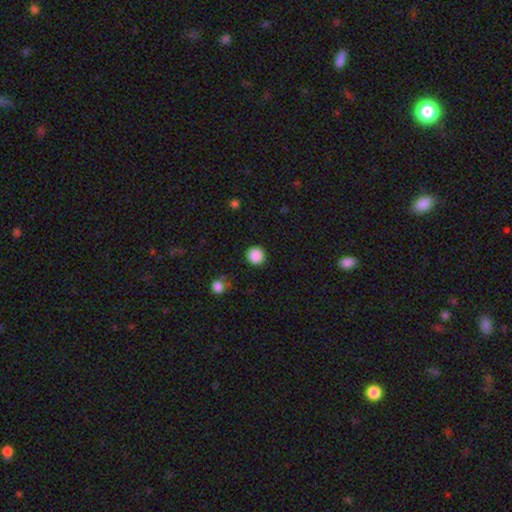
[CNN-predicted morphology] smooth-or-featured: smooth: 88% | star or artifact: 10% | featured or disk: 2%
  how-rounded: round: 94% | in between: 5% | cigar-shaped: 1%
  merging: none: 91% | minor disturbance: 6% | major disturbance: 2% | merger: 1%